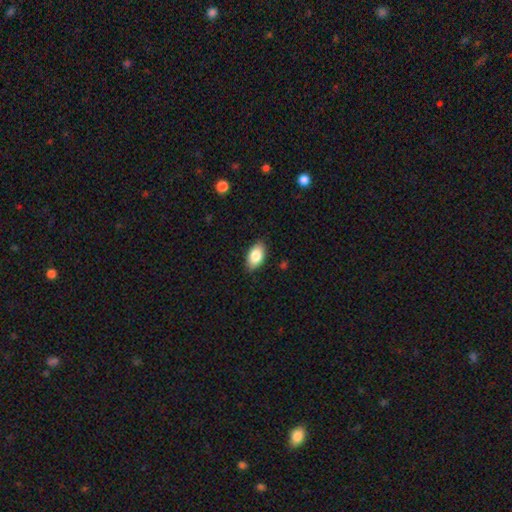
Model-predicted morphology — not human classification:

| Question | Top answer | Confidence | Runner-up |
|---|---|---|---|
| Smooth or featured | smooth | 84% | featured or disk (10%) |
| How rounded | in between | 93% | round (5%) |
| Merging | none | 86% | minor disturbance (11%) |